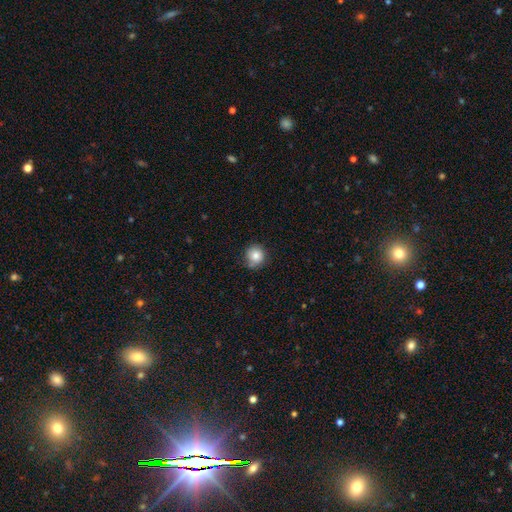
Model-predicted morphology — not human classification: Smooth or featured?
  - smooth: 81% *
  - star or artifact: 9%
  - featured or disk: 9%
How rounded?
  - round: 92% *
  - in between: 7%
  - cigar-shaped: 1%
Merging?
  - none: 76% *
  - minor disturbance: 18%
  - major disturbance: 4%
  - merger: 2%